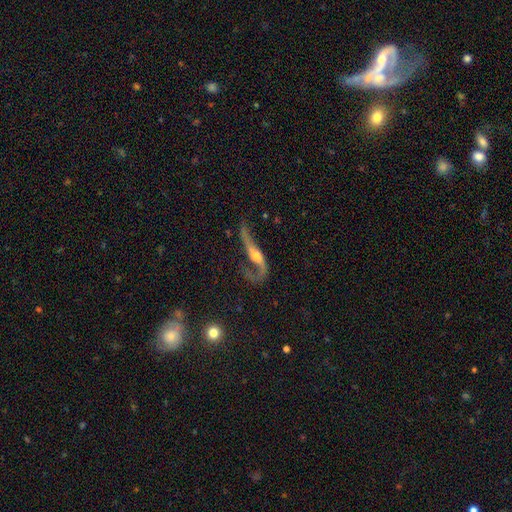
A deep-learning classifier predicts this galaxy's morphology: Smooth or featured? Predicted: featured or disk (p=0.77). Edge-on disk? Predicted: no (p=0.75). Bar? Predicted: no (p=0.60). Spiral arms? Predicted: yes (p=0.85). Bulge size? Predicted: moderate (p=0.59). Merging? Predicted: major disturbance (p=0.39).